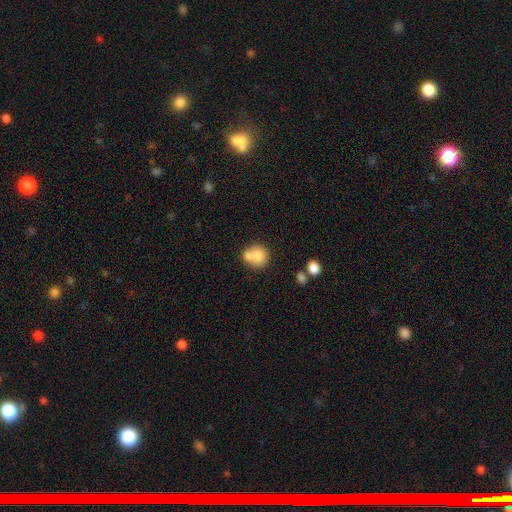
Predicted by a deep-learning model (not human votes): Smooth or featured: smooth — 78% (featured or disk — 14%)
How rounded: round — 83% (in between — 16%)
Merging: none — 42% (merger — 41%)